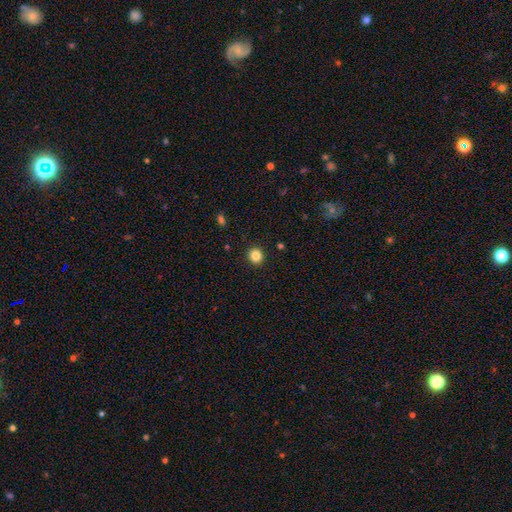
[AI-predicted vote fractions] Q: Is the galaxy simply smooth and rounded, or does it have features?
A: smooth — 84%.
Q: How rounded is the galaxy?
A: round — 90%.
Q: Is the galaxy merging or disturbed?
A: none — 92%.